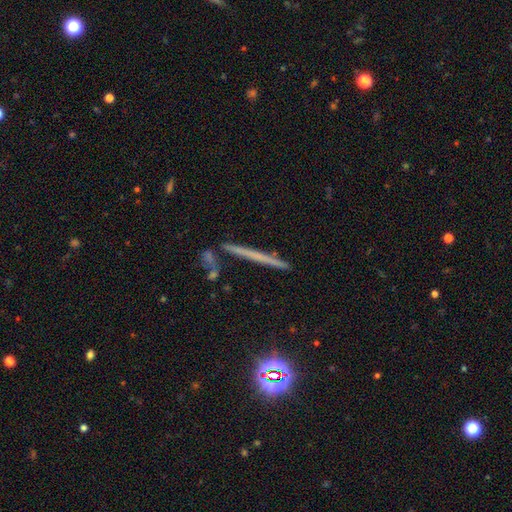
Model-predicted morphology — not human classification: Smooth or featured? Predicted: featured or disk (p=0.48). Merging? Predicted: none (p=0.86).